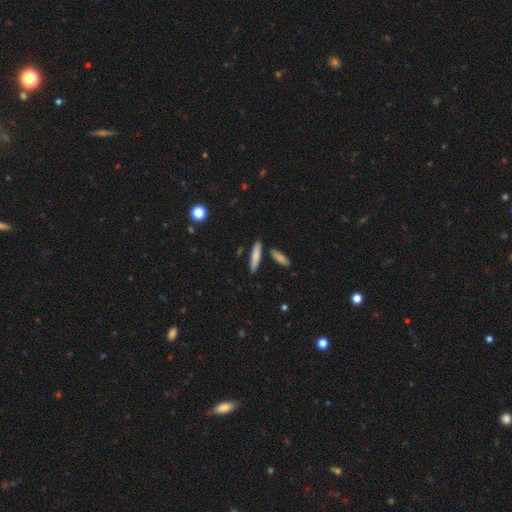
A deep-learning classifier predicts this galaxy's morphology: A smooth galaxy with no disk features (77%) that is cigar-shaped (83%). Merging: none (83%).